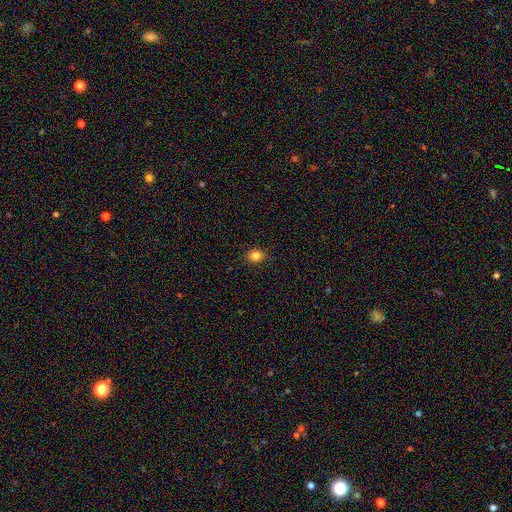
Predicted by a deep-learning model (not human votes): Smooth or featured: smooth — 83% (star or artifact — 12%)
How rounded: round — 63% (in between — 36%)
Merging: none — 89% (minor disturbance — 8%)